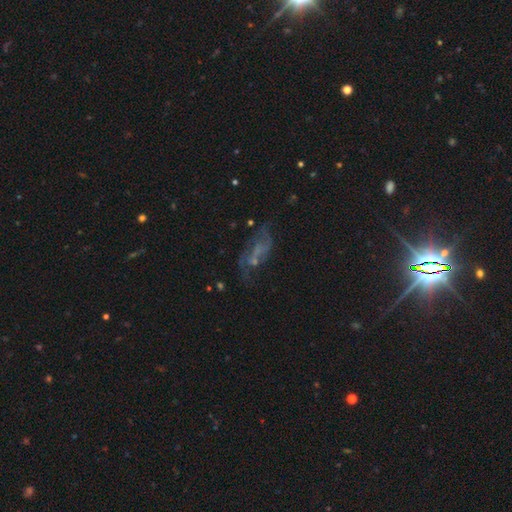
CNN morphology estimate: Smooth or featured? Predicted: featured or disk (p=0.53). Edge-on disk? Predicted: no (p=0.90). Merging? Predicted: none (p=0.51).